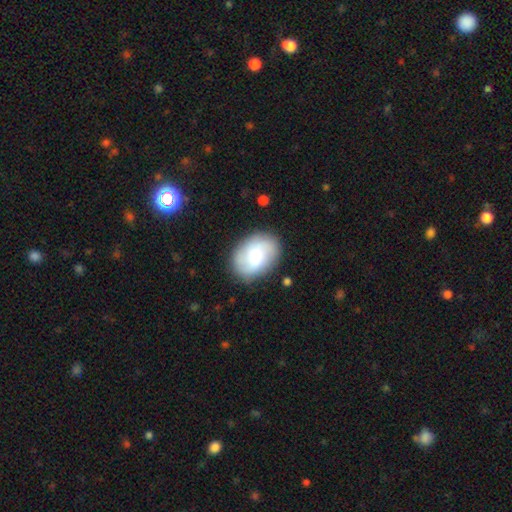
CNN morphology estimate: smooth_or_featured: smooth (p=0.59) [alt: featured or disk p=0.34]
how_rounded: in between (p=0.74) [alt: round p=0.25]
merging: none (p=0.80) [alt: minor disturbance p=0.14]